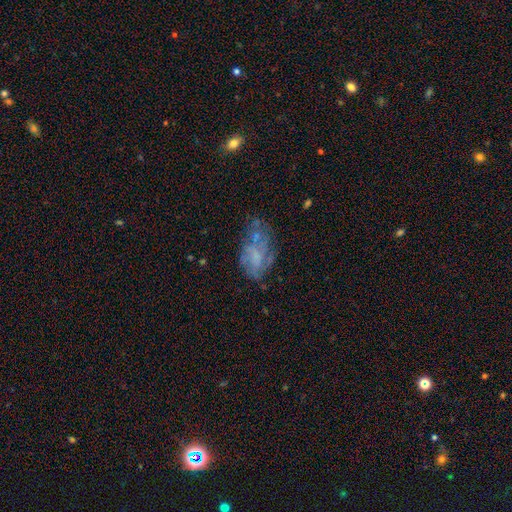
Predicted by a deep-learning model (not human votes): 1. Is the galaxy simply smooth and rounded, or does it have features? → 52% featured or disk, 36% smooth, 12% star or artifact.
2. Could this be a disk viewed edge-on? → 96% no, 4% yes.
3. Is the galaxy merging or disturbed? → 41% none, 26% minor disturbance, 26% major disturbance, 7% merger.